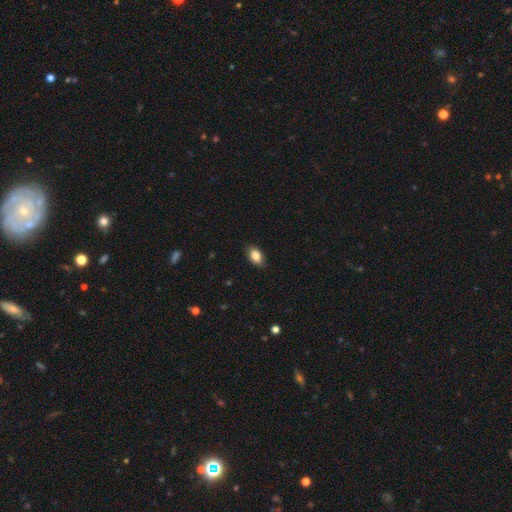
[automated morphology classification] smooth-or-featured: smooth: 84% | featured or disk: 9% | star or artifact: 7%
  how-rounded: in between: 90% | round: 7% | cigar-shaped: 3%
  merging: none: 86% | minor disturbance: 11% | major disturbance: 2% | merger: 1%